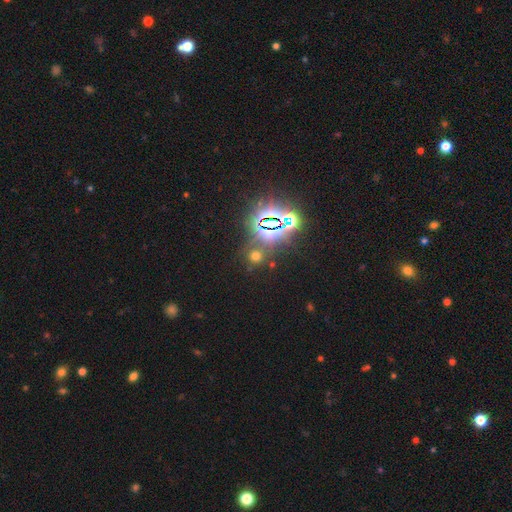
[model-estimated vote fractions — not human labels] Smooth or featured? Predicted: star or artifact (p=0.51).